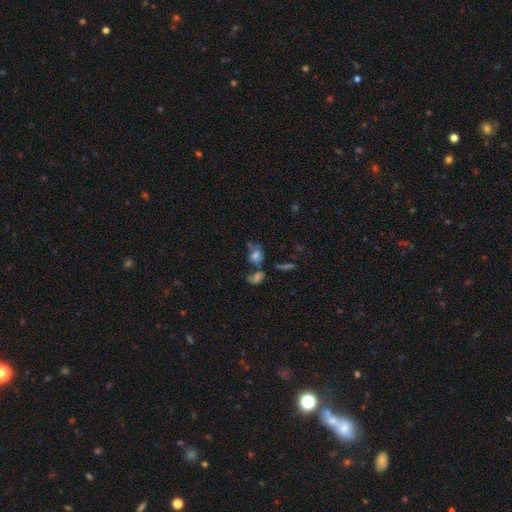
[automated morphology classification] smooth_or_featured: smooth (p=0.61) [alt: featured or disk p=0.25]
how_rounded: in between (p=0.64) [alt: round p=0.33]
merging: none (p=0.35) [alt: merger p=0.33]